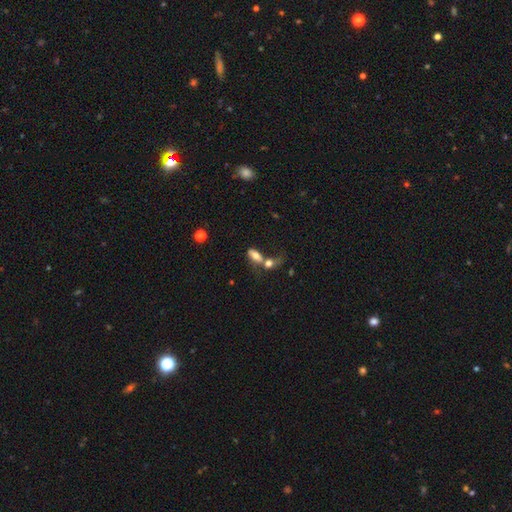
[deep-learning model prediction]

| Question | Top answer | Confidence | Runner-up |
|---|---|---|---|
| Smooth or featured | smooth | 71% | featured or disk (19%) |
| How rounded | in between | 82% | cigar-shaped (11%) |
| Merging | merger | 56% | none (24%) |